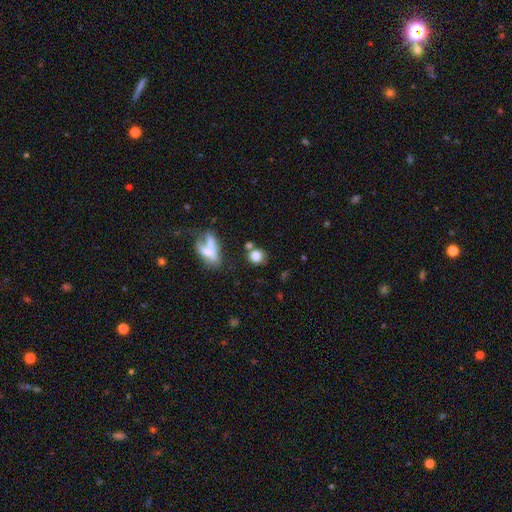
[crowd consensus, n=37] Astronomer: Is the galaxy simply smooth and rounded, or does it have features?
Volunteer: smooth — 92%.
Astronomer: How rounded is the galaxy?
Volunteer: round — 91%.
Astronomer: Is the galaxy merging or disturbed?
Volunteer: none — 61%.